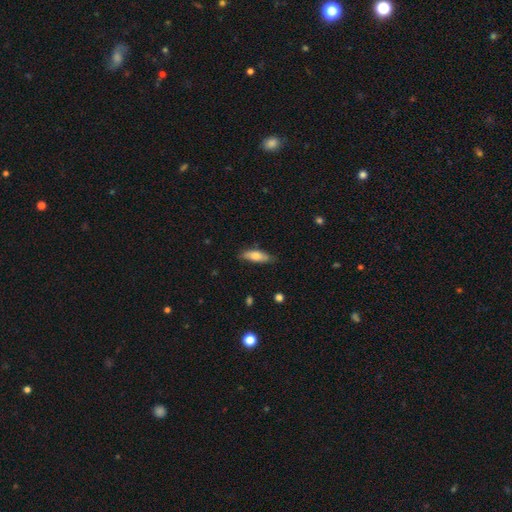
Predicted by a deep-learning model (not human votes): Smooth or featured? smooth (73%)
How rounded? in between (58%)
Merging? none (77%)